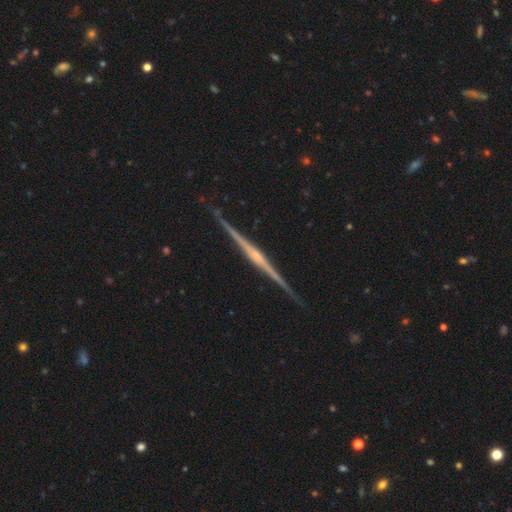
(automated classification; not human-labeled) This appears to be a featured or disk galaxy (88%) viewed edge-on (99%) with a rounded central bulge (64%). Merging: none (90%).